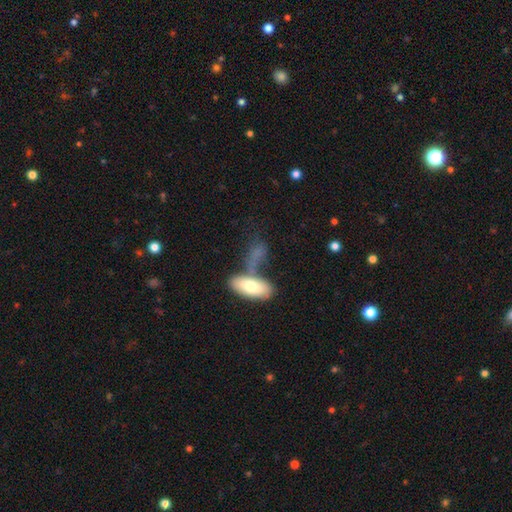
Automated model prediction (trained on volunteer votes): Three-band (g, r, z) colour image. It shows a smooth galaxy with no disk features (68%) that is in between round and cigar-shaped (70%). Merging: merger (40%).